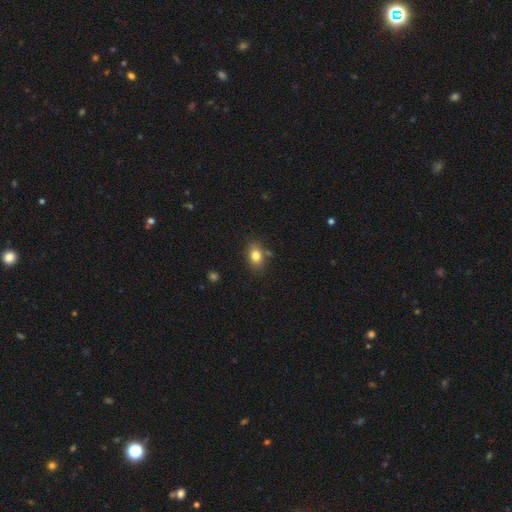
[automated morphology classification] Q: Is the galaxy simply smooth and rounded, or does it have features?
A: smooth — 81%.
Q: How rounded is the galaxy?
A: in between — 73%.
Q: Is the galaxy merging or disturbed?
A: none — 78%.